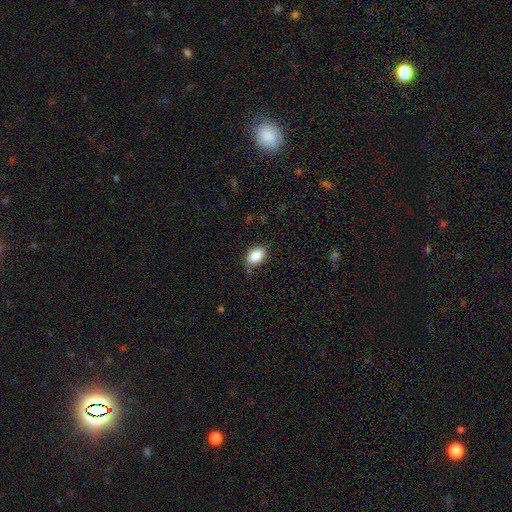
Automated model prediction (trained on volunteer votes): Overall: smooth (87%). How rounded: in between (80%). Merging: none (79%).